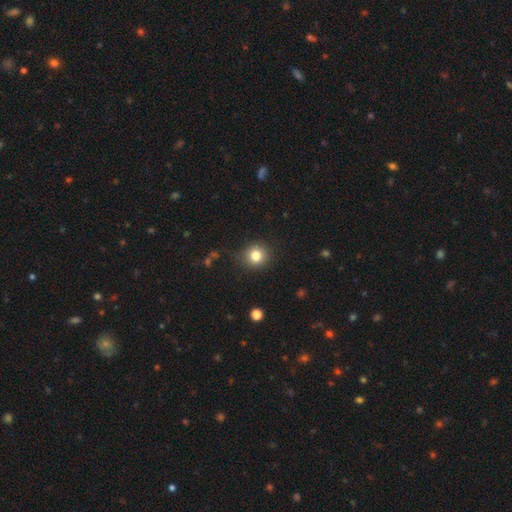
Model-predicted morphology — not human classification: A smooth galaxy with no disk features (81%) that is round (89%).

Vote fractions:
- Smooth or featured? smooth: 81% / star or artifact: 12% / featured or disk: 7%
- How rounded? round: 89% / in between: 10% / cigar-shaped: 1%
- Merging? none: 87% / minor disturbance: 9% / major disturbance: 3% / merger: 1%